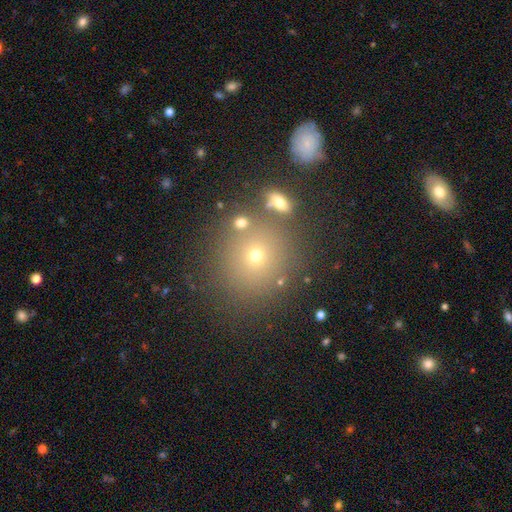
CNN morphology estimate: Overall: smooth (64%). How rounded: round (90%). Merging: none (76%).